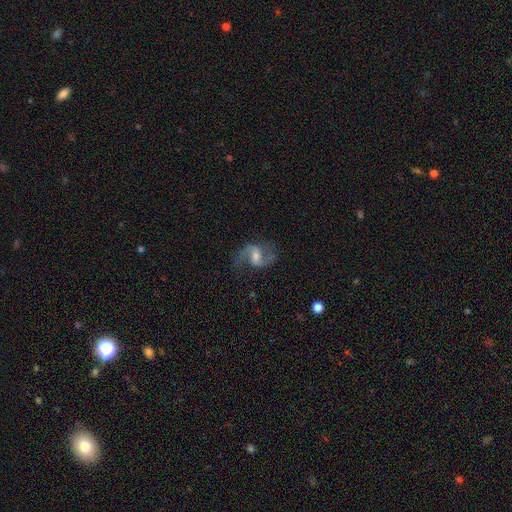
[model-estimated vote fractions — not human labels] Smooth or featured: featured or disk — 88% (smooth — 6%)
Edge-on disk: no — 98% (yes — 2%)
Bar: weak — 54% (no — 25%)
Spiral arms: yes — 97% (no — 3%)
Spiral winding: loose — 53% (medium — 41%)
Spiral arm count: 2 — 93% (1 — 2%)
Bulge size: moderate — 51% (small — 36%)
Merging: none — 76% (minor disturbance — 14%)